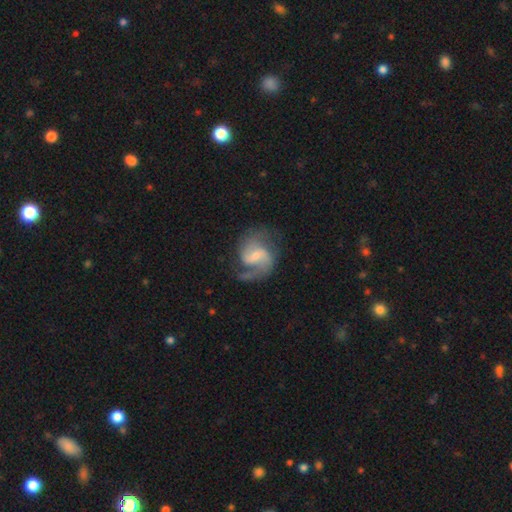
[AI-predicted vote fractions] Morphology: type=featured or disk (85%); edge-on=no (98%); bar=weak (58%); spiral arms=yes (96%); winding=medium (52%); arm count=2 (79%); bulge=small (51%); merging=none (64%).